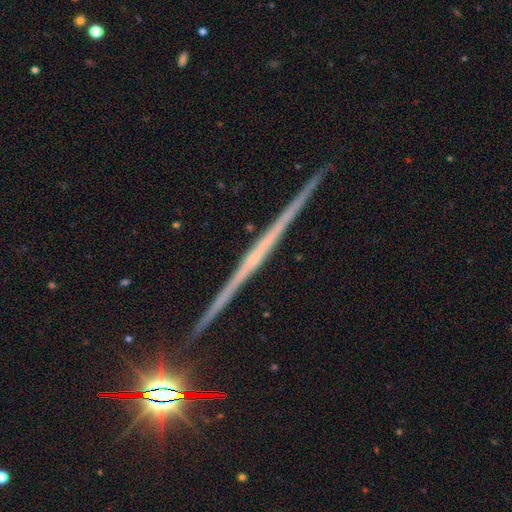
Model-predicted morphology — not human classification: Q: Smooth or featured?
A: featured or disk (74%); runner-up: star or artifact (13%)
Q: Edge-on disk?
A: yes (98%); runner-up: no (2%)
Q: Edge-on bulge?
A: none (69%); runner-up: rounded (20%)
Q: Merging?
A: none (91%); runner-up: minor disturbance (6%)